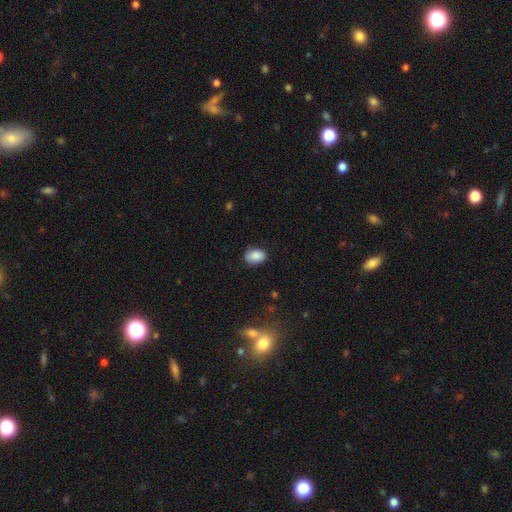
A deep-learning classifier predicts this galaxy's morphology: A smooth galaxy with no disk features (87%) that is in between round and cigar-shaped (78%). Merging: none (81%).